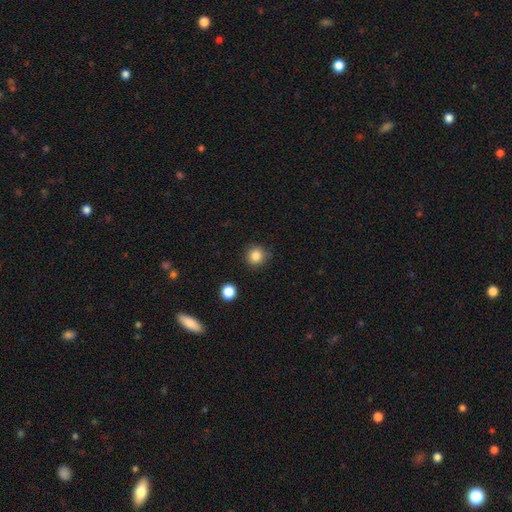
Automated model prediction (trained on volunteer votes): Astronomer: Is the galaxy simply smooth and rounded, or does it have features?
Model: smooth — 85%.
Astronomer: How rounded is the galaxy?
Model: round — 91%.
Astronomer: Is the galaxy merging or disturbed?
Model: none — 85%.